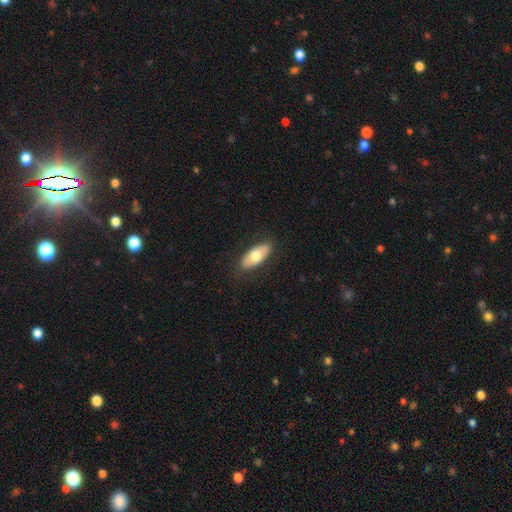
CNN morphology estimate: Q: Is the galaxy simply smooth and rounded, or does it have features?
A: smooth — 67%.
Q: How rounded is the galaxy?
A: in between — 85%.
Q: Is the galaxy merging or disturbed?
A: none — 86%.